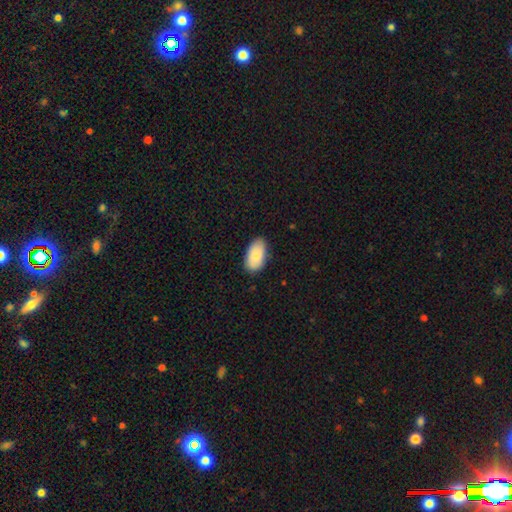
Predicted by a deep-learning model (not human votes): Q: Smooth or featured?
A: smooth (80%); runner-up: featured or disk (14%)
Q: How rounded?
A: in between (94%); runner-up: round (4%)
Q: Merging?
A: none (80%); runner-up: minor disturbance (17%)